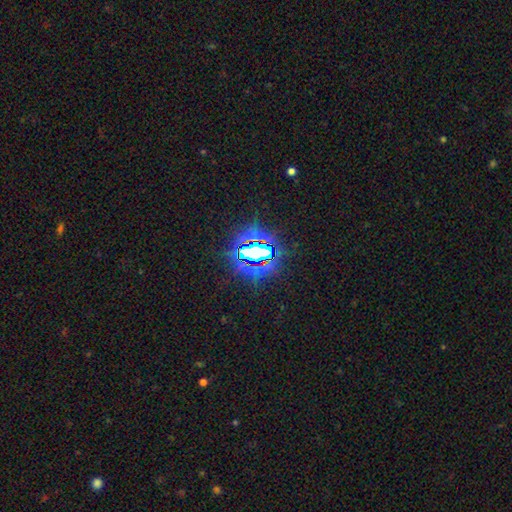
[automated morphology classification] The model was most divided on "smooth or featured": star or artifact: 84%, smooth: 10%, featured or disk: 7%.